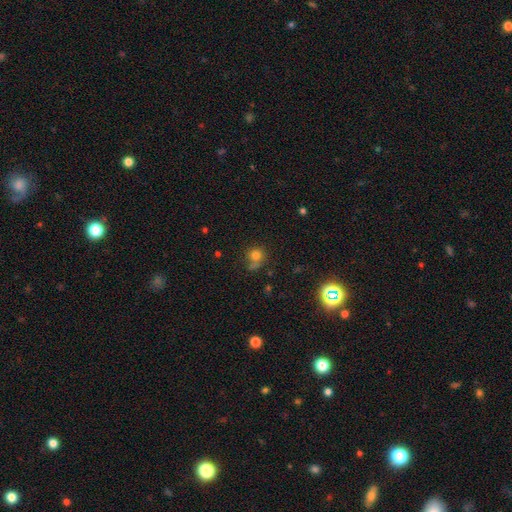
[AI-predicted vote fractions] Smooth or featured: smooth — 73% (star or artifact — 17%)
How rounded: round — 84% (in between — 15%)
Merging: none — 56% (minor disturbance — 19%)